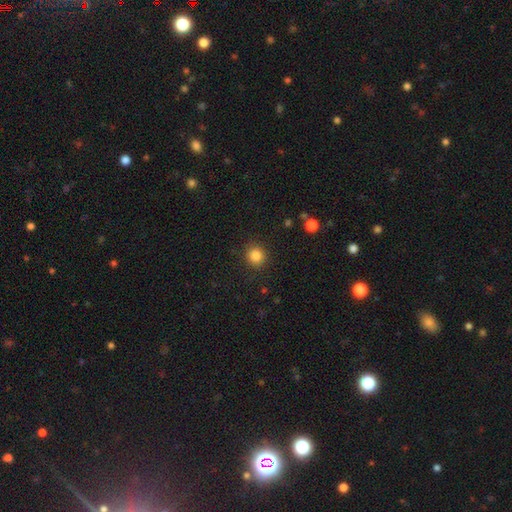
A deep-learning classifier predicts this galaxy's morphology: type=smooth (85%); roundness=round (90%); merging=none (90%).